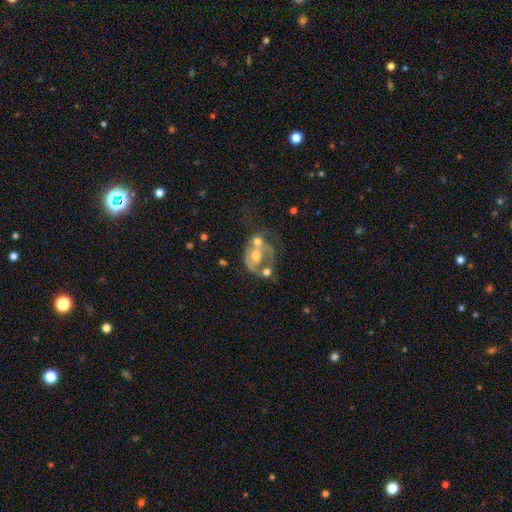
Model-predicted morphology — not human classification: featured or disk 71%, smooth 21%, star or artifact 8%. Down the decision tree: edge-on disk — no (97%); bar — no (63%); spiral arms — yes (61%); bulge size — moderate (68%); merging — merger (42%).